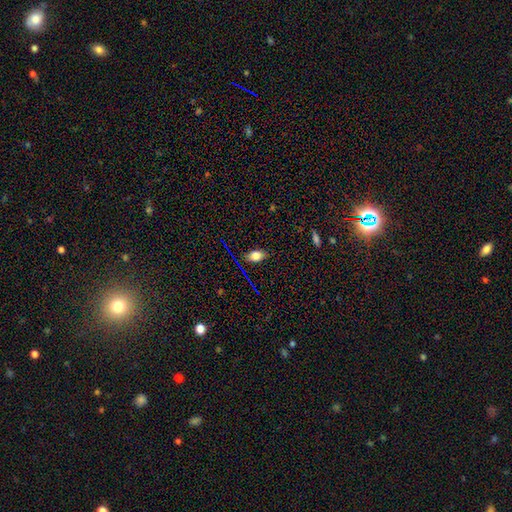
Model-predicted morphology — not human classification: The model was most divided on "smooth or featured": smooth: 76%, featured or disk: 12%, star or artifact: 12%. More confident: how rounded — in between (86%); merging — none (83%).